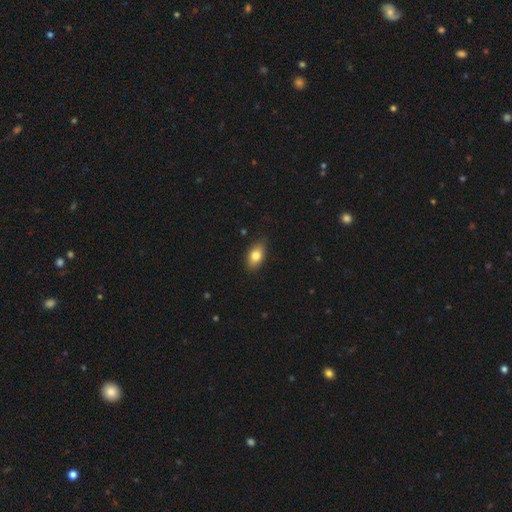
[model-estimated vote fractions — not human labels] A smooth galaxy with no disk features (80%) that is in between round and cigar-shaped (87%). Merging: none (83%).